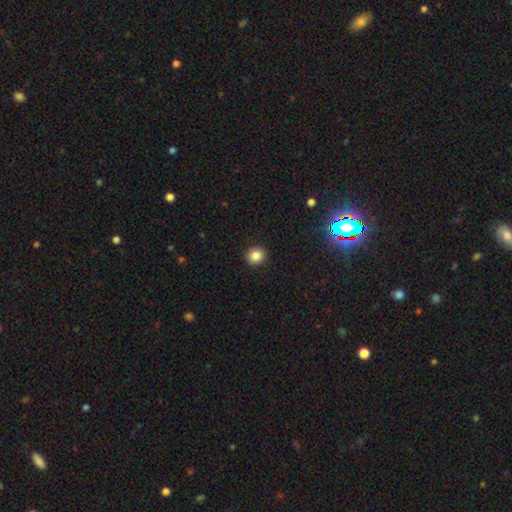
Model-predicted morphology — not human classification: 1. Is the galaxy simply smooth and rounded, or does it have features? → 84% smooth, 11% star or artifact, 5% featured or disk.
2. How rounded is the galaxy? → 90% round, 9% in between, 1% cigar-shaped.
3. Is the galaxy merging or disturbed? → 93% none, 5% minor disturbance, 2% major disturbance, 1% merger.